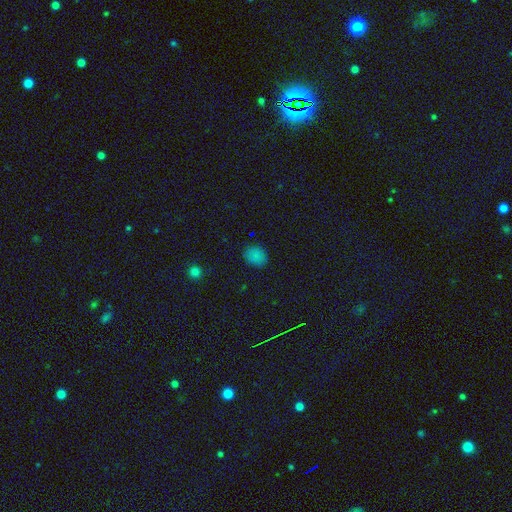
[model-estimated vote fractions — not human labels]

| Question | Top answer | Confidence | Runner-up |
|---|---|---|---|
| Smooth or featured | smooth | 80% | star or artifact (16%) |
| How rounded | round | 50% | in between (49%) |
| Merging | none | 85% | minor disturbance (11%) |